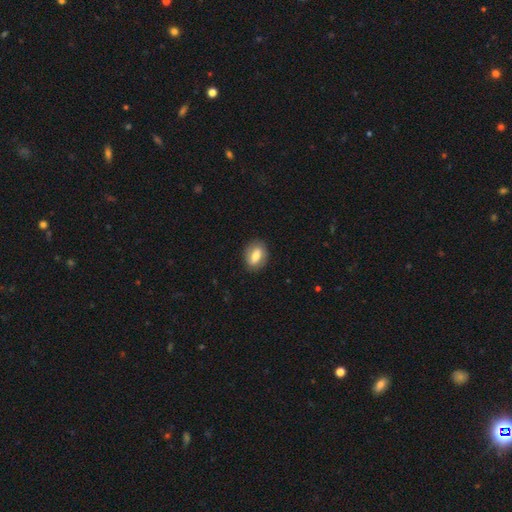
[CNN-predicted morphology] A smooth galaxy with no disk features (70%) that is in between round and cigar-shaped (76%).

Vote fractions:
- Smooth or featured? smooth: 70% / featured or disk: 23% / star or artifact: 7%
- How rounded? in between: 76% / round: 21% / cigar-shaped: 3%
- Merging? none: 85% / minor disturbance: 11% / major disturbance: 3% / merger: 1%